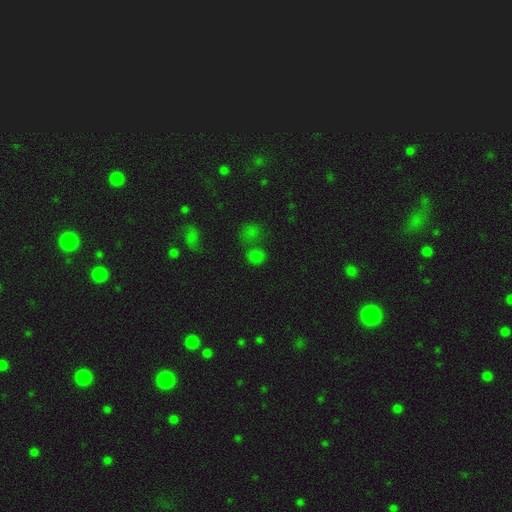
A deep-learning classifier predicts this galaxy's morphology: Smooth or featured? Predicted: smooth (p=0.55). How rounded? Predicted: round (p=0.61). Merging? Predicted: none (p=0.49).